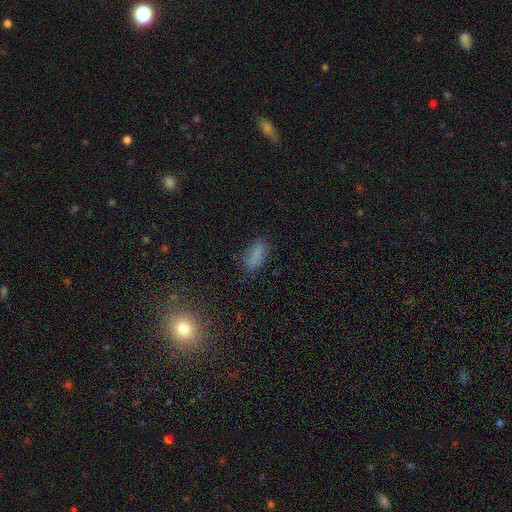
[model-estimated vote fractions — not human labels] Morphology: type=smooth (81%); roundness=in between (75%); merging=none (79%).